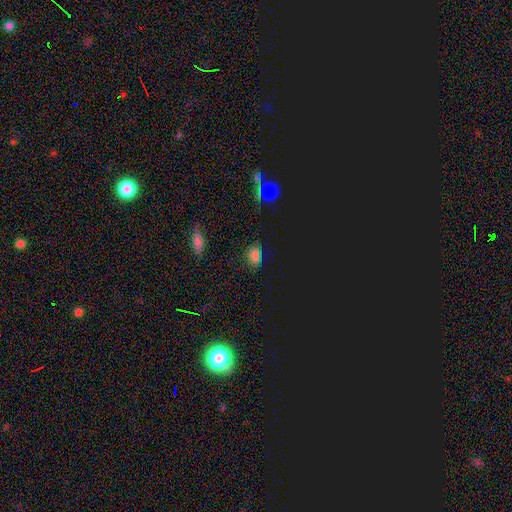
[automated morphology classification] smooth_or_featured: smooth (p=0.57) [alt: star or artifact p=0.37]
how_rounded: in between (p=0.72) [alt: round p=0.25]
merging: none (p=0.78) [alt: minor disturbance p=0.15]